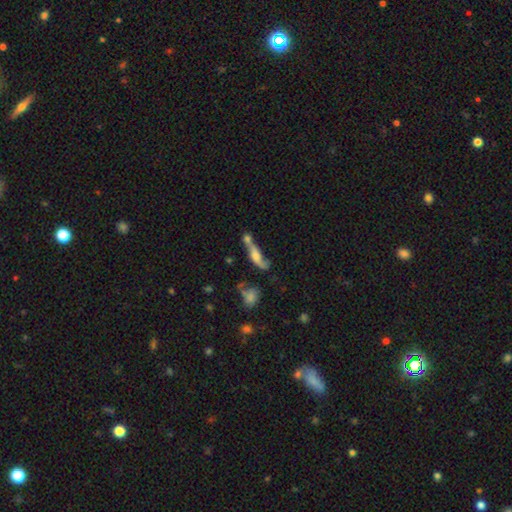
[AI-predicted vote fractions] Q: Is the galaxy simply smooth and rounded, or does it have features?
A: featured or disk — 46%.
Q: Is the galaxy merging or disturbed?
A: merger — 42%.